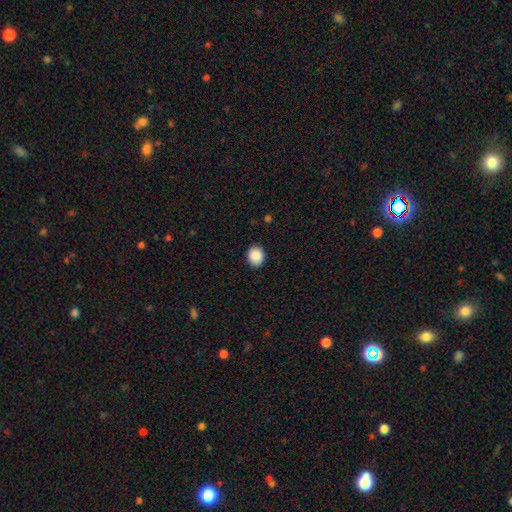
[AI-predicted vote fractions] Smooth or featured?
  - smooth: 89% *
  - star or artifact: 8%
  - featured or disk: 3%
How rounded?
  - round: 69% *
  - in between: 30%
  - cigar-shaped: 1%
Merging?
  - none: 88% *
  - minor disturbance: 9%
  - major disturbance: 2%
  - merger: 1%